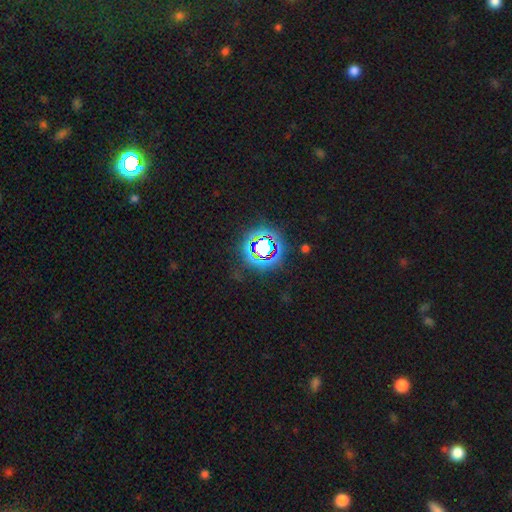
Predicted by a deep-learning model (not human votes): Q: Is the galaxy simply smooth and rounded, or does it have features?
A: star or artifact — 77%.